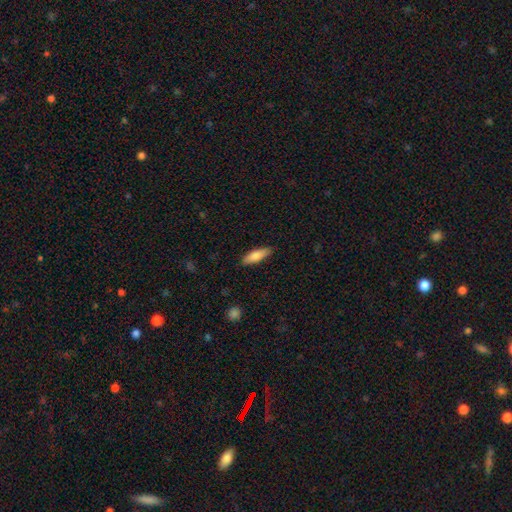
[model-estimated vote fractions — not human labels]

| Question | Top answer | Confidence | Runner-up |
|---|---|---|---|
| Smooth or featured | smooth | 81% | featured or disk (13%) |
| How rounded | in between | 51% | cigar-shaped (47%) |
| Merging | none | 85% | minor disturbance (11%) |